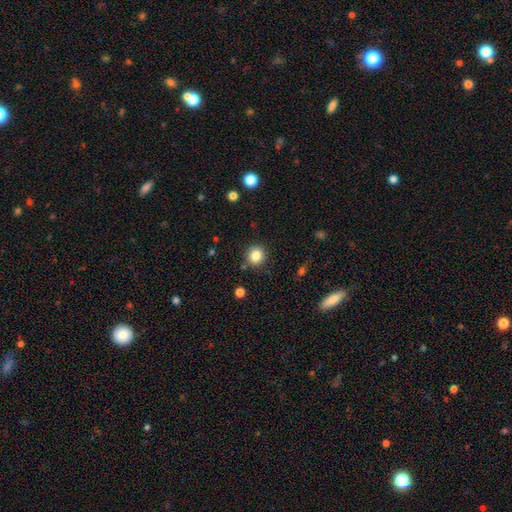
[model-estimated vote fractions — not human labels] A smooth galaxy with no disk features (83%) that is round (90%). Merging: none (88%).